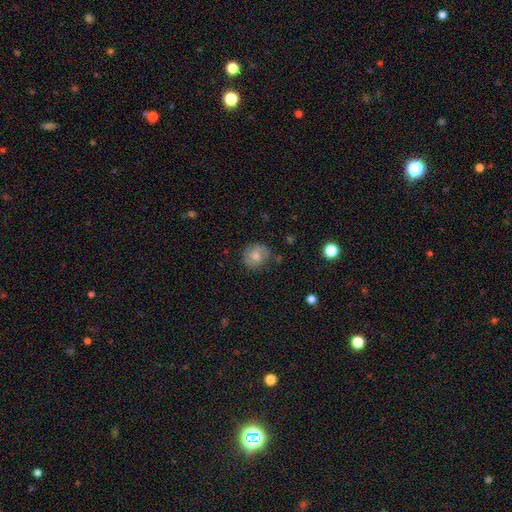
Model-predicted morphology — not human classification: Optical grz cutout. It shows a smooth galaxy with no disk features (71%) that is round (77%). Merging: none (70%).